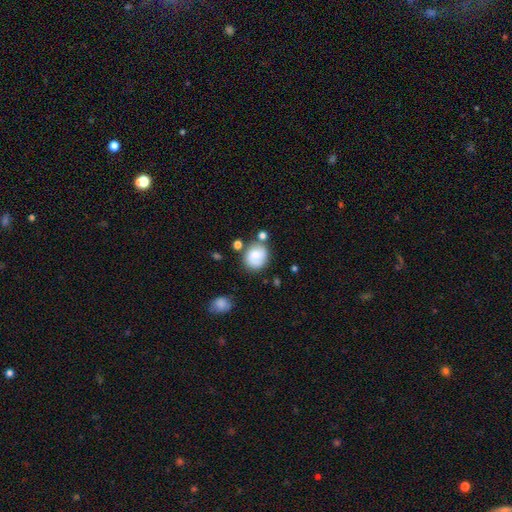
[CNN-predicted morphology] Smooth or featured?
  - smooth: 68% *
  - featured or disk: 24%
  - star or artifact: 9%
How rounded?
  - round: 74% *
  - in between: 25%
  - cigar-shaped: 1%
Merging?
  - none: 63% *
  - minor disturbance: 19%
  - merger: 12%
  - major disturbance: 6%